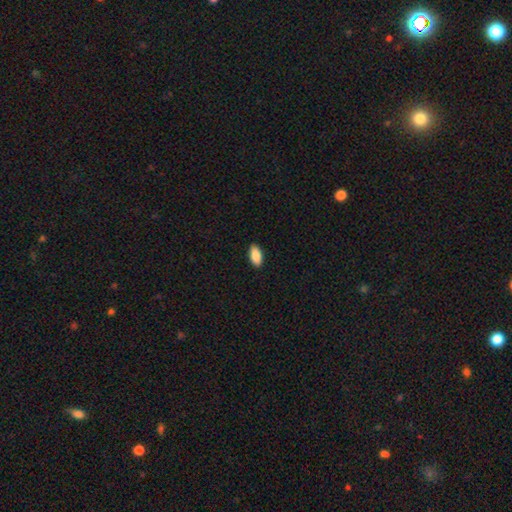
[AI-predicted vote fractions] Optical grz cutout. It shows a smooth galaxy with no disk features (88%) that is in between round and cigar-shaped (90%). Merging: none (90%).